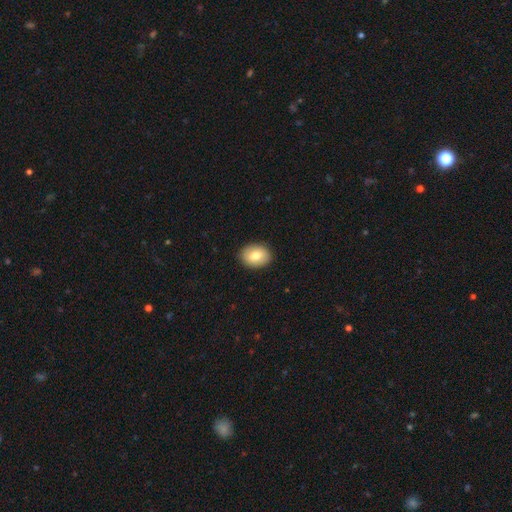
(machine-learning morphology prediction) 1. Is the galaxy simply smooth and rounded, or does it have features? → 78% smooth, 14% featured or disk, 7% star or artifact.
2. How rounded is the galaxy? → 66% in between, 33% round, 1% cigar-shaped.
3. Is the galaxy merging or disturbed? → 90% none, 7% minor disturbance, 2% major disturbance, 1% merger.